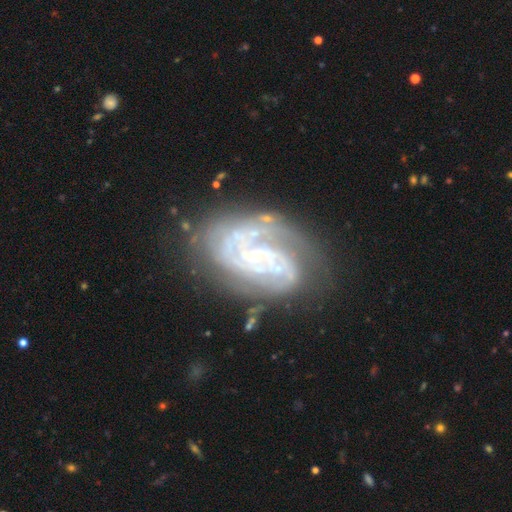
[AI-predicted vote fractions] This appears to be a featured or disk galaxy (88%) with no bar (64%), 2 (34%) tight (68%) spiral arms (96%) and a small central bulge (79%). Merging: none (67%).